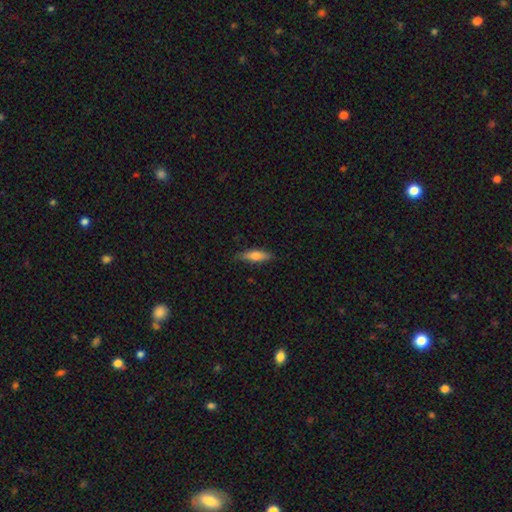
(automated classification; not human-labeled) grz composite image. It shows a smooth galaxy with no disk features (67%) that is cigar-shaped (56%). Merging: none (81%).